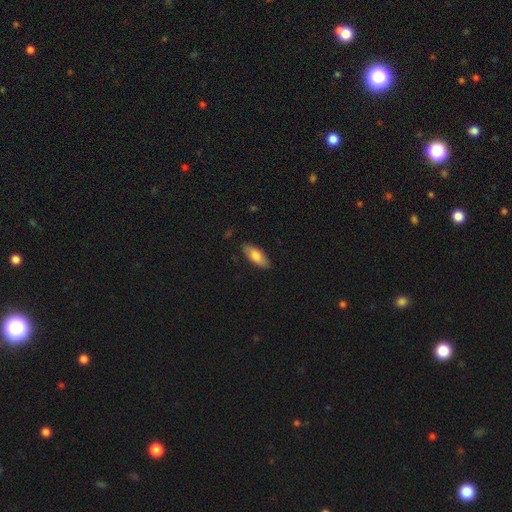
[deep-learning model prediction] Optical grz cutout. It shows a smooth galaxy with no disk features (78%) that is in between round and cigar-shaped (77%). Merging: none (85%).